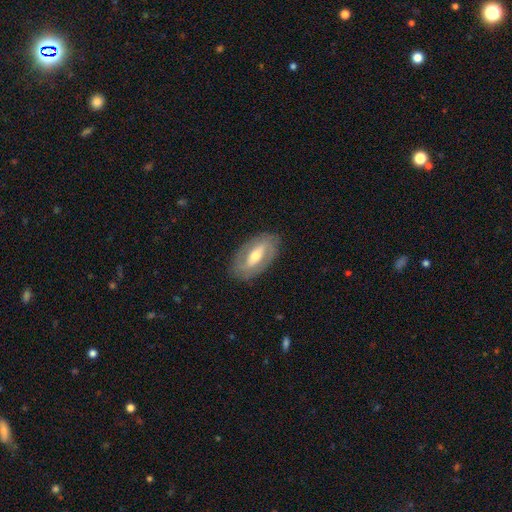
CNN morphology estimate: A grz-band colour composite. It shows a featured or disk galaxy (67%) with a strong bar (45%), spiral arms (54%) and a moderate central bulge (66%). Merging: none (83%).